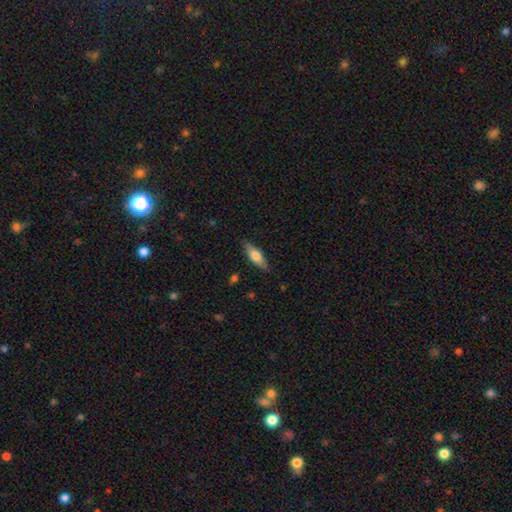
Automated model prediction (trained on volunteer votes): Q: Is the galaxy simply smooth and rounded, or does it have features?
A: smooth — 59%.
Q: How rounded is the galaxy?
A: in between — 52%.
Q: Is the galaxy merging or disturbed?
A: none — 86%.